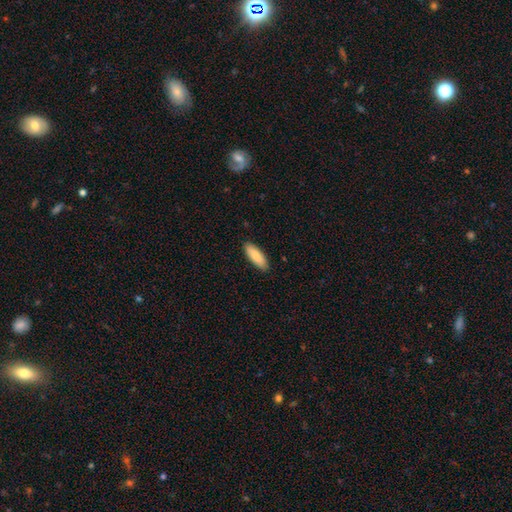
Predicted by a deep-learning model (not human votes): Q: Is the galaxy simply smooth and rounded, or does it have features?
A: smooth — 86%.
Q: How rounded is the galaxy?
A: in between — 61%.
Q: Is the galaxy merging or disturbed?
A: none — 90%.